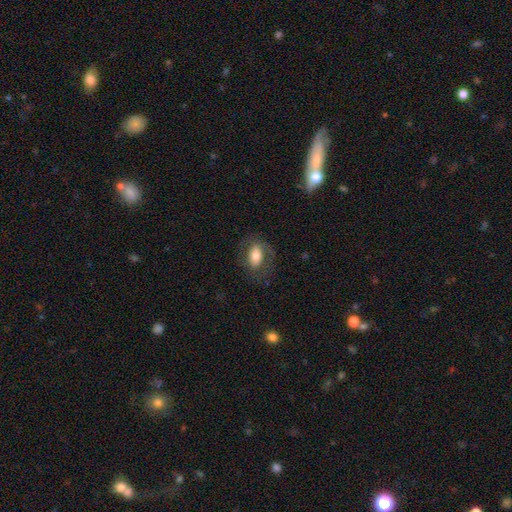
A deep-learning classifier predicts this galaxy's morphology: smooth 66%, featured or disk 27%, star or artifact 8%. Down the decision tree: how rounded — in between (86%); merging — none (69%).